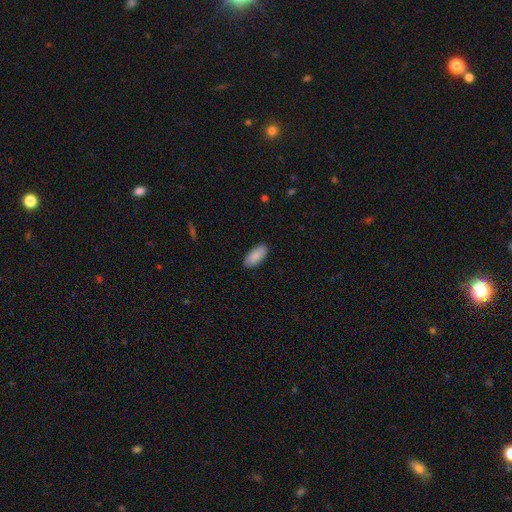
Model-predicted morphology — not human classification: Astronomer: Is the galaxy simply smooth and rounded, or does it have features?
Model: smooth — 89%.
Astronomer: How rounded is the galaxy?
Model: in between — 90%.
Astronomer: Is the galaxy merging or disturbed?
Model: none — 89%.